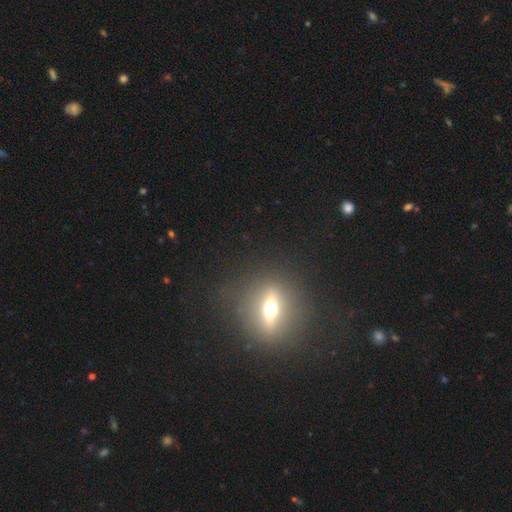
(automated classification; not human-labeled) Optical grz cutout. It shows a featured or disk galaxy (42%). Merging: none (86%).